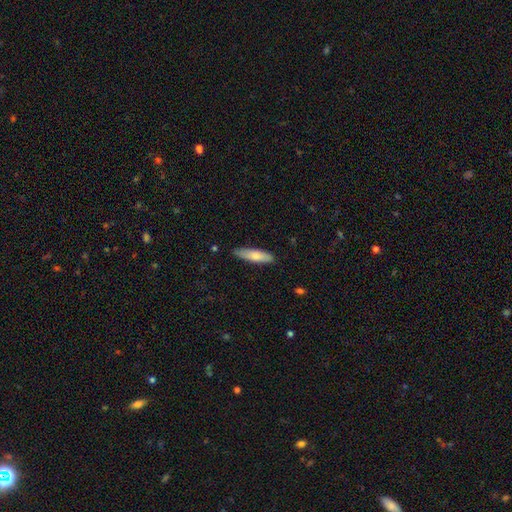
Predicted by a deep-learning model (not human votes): The model was most divided on "how rounded": cigar-shaped: 67%, in between: 31%, round: 2%. More confident: merging — none (85%); smooth or featured — smooth (75%).